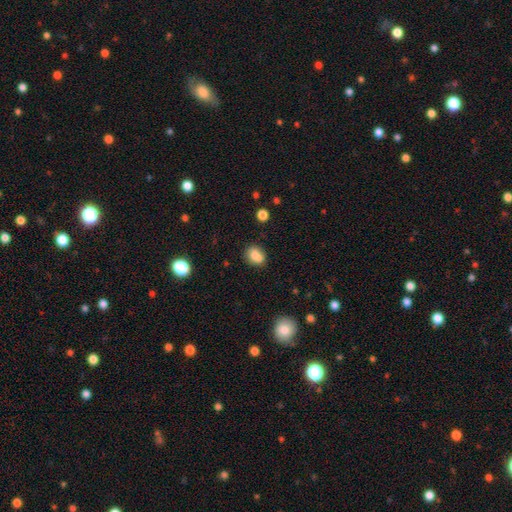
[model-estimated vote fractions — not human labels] smooth 78%, featured or disk 11%, star or artifact 11%. Down the decision tree: how rounded — round (51%); merging — none (55%).